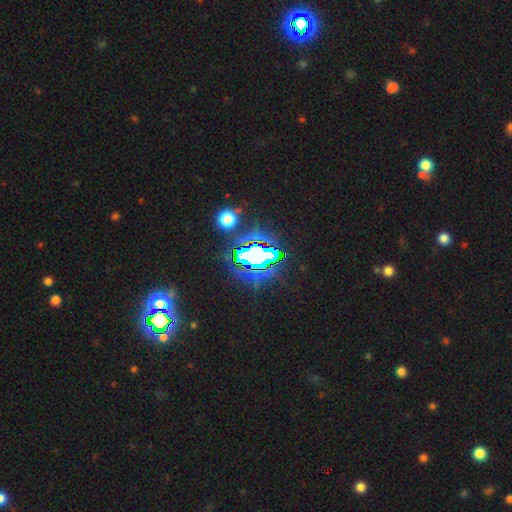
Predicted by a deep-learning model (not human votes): Smooth or featured: star or artifact — 72% (smooth — 15%)